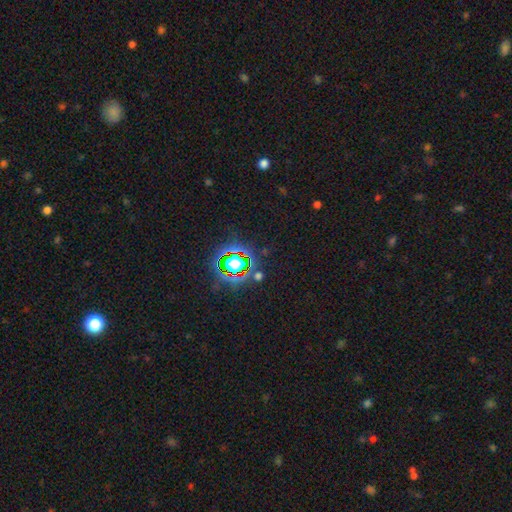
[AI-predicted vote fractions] star or artifact 81%, smooth 11%, featured or disk 7%.